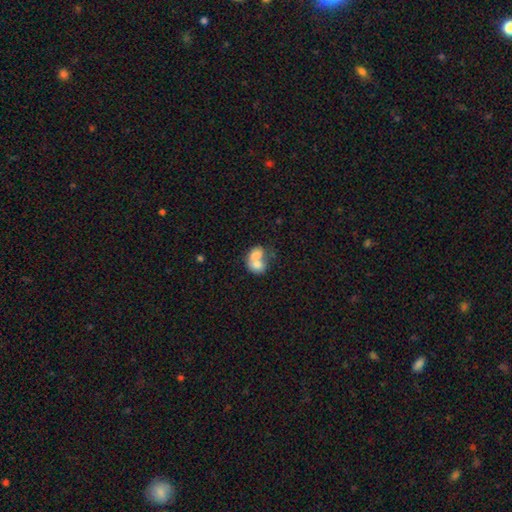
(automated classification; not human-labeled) Smooth or featured?
  - smooth: 72% *
  - featured or disk: 21%
  - star or artifact: 8%
How rounded?
  - in between: 62% *
  - round: 37%
  - cigar-shaped: 1%
Merging?
  - merger: 76% *
  - none: 14%
  - minor disturbance: 6%
  - major disturbance: 4%